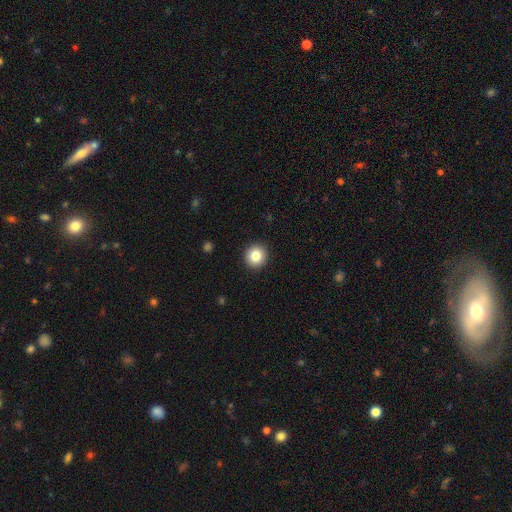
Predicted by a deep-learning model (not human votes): Smooth or featured? smooth (84%)
How rounded? round (92%)
Merging? none (93%)